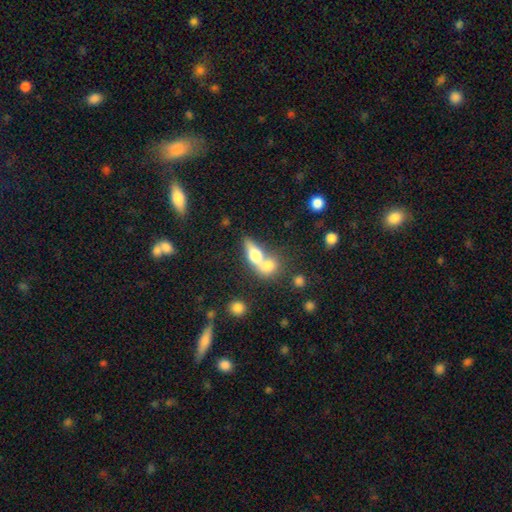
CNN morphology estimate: smooth_or_featured: smooth (p=0.64) [alt: featured or disk p=0.28]
how_rounded: in between (p=0.59) [alt: round p=0.21]
merging: merger (p=0.69) [alt: none p=0.20]